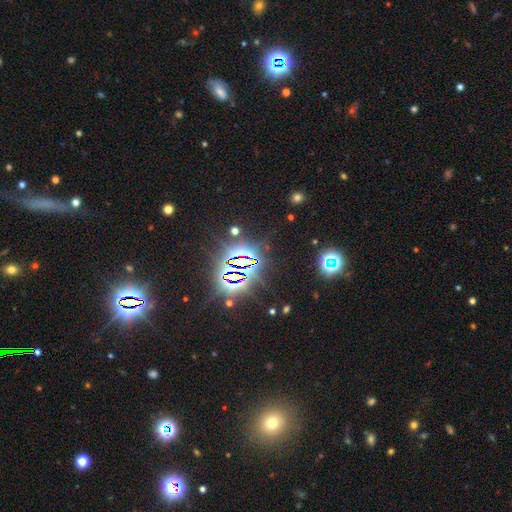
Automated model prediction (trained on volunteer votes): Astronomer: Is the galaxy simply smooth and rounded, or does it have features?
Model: star or artifact — 81%.